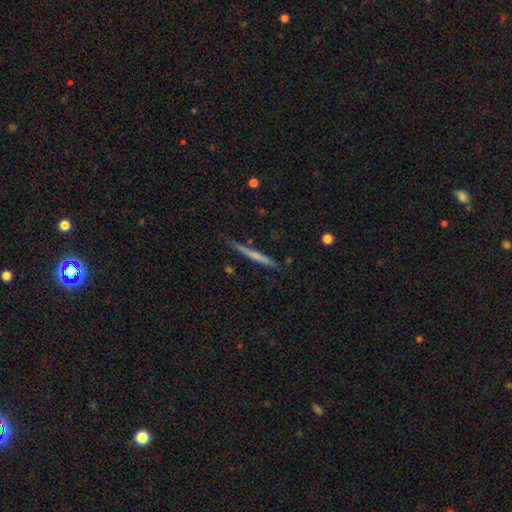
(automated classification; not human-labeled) Overall: featured or disk (48%; smooth 46%). Merging: none (83%).